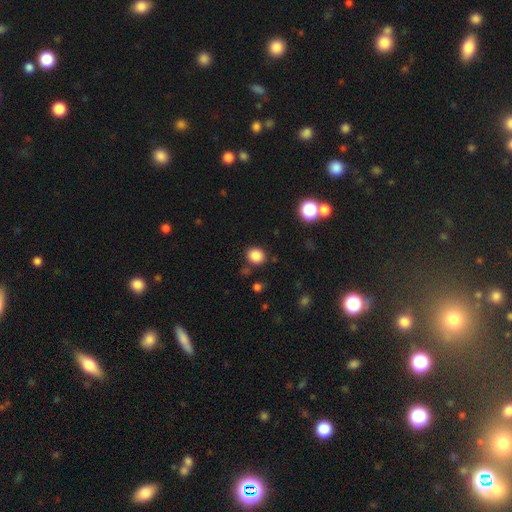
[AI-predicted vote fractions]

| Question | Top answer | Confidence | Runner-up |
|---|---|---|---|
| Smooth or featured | smooth | 85% | star or artifact (11%) |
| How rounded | round | 72% | in between (27%) |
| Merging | none | 84% | minor disturbance (9%) |